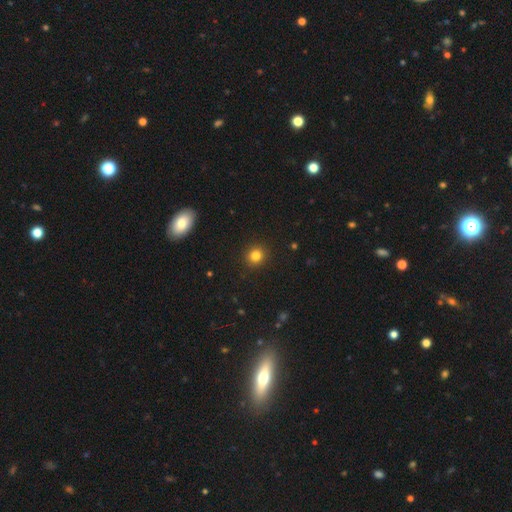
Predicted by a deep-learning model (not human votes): Smooth or featured? Predicted: smooth (p=0.82). How rounded? Predicted: round (p=0.89). Merging? Predicted: none (p=0.92).